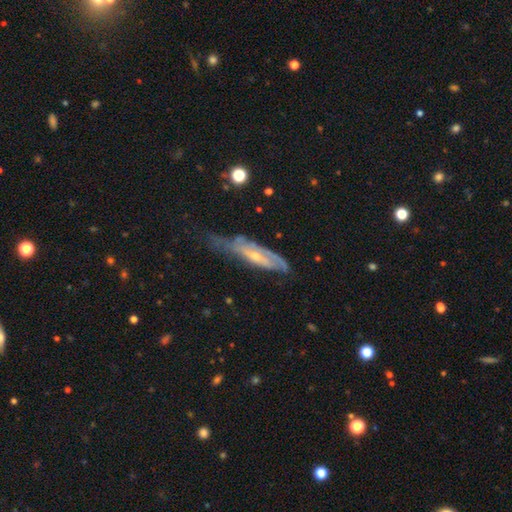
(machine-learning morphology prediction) This appears to be a featured or disk galaxy (73%). Merging: none (42%).